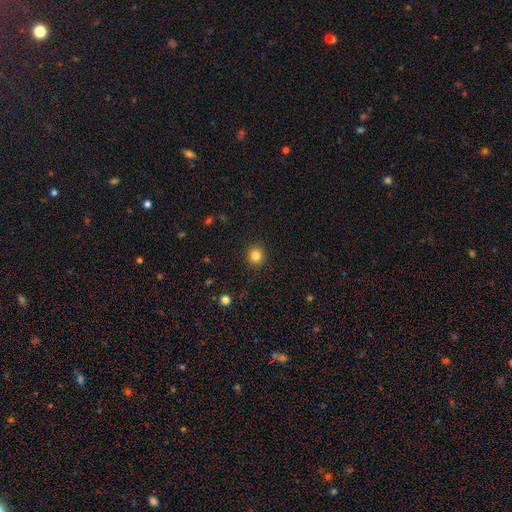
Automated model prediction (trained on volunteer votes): A smooth galaxy with no disk features (83%) that is round (87%). Merging: none (91%).